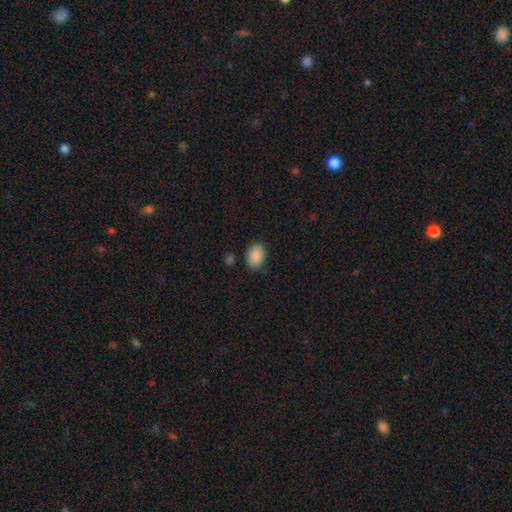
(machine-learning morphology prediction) smooth 89%, star or artifact 7%, featured or disk 4%. Down the decision tree: how rounded — in between (73%); merging — none (83%).